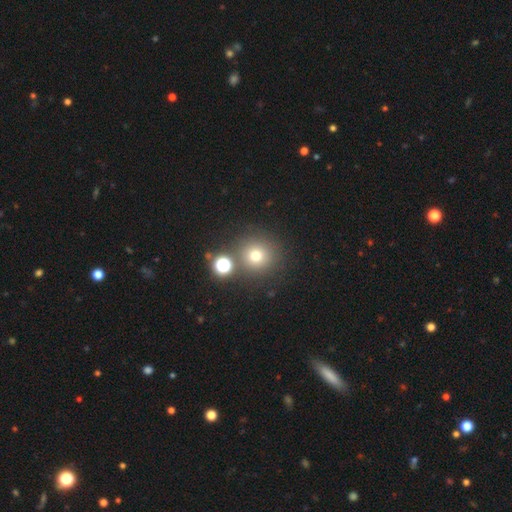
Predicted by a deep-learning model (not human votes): This appears to be a smooth galaxy with no disk features (72%) that is round (93%). Merging: none (79%).